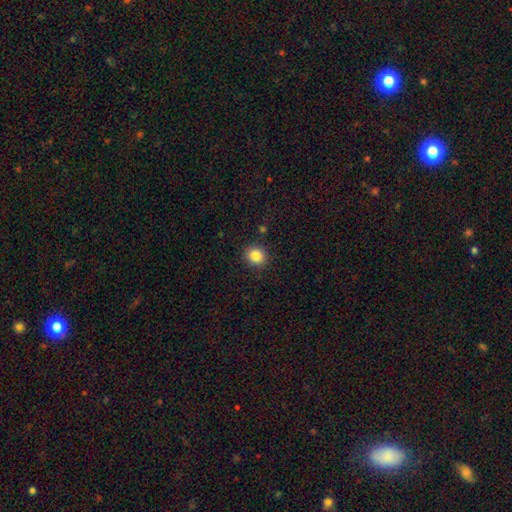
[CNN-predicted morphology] Smooth or featured? Predicted: smooth (p=0.85). How rounded? Predicted: round (p=0.82). Merging? Predicted: none (p=0.90).